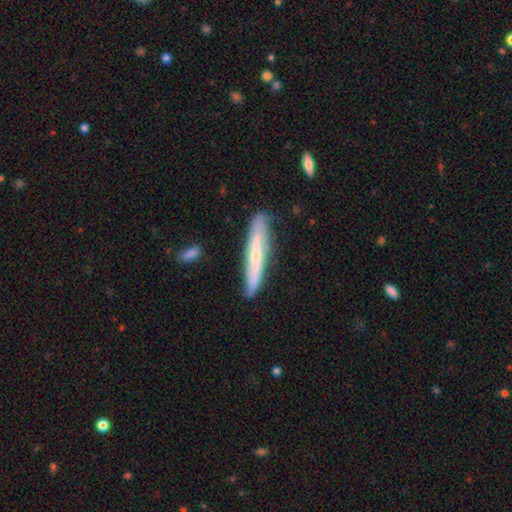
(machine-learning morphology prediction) featured or disk 54%, smooth 39%, star or artifact 6%. Down the decision tree: edge-on disk — yes (71%); merging — none (79%).